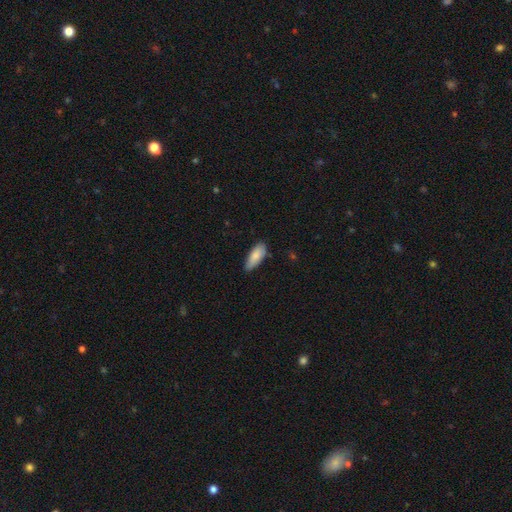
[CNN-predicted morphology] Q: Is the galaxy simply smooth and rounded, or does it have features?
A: smooth — 84%.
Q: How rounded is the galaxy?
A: in between — 79%.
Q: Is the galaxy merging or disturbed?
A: none — 73%.